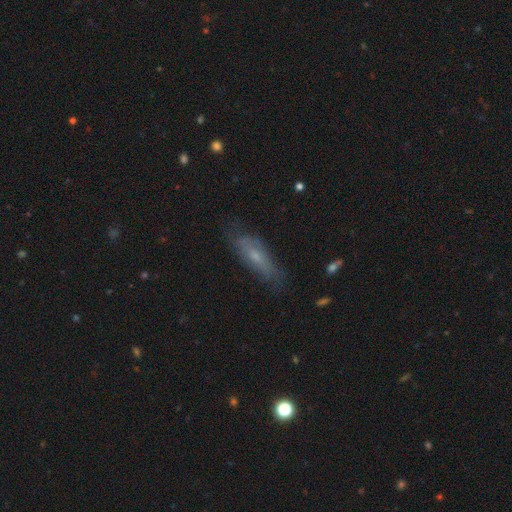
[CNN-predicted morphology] Overall: smooth (49%; featured or disk 42%). Merging: none (70%).